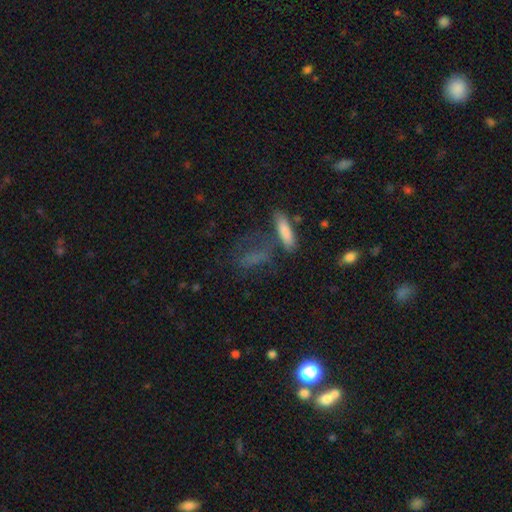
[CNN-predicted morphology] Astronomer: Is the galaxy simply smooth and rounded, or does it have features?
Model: smooth — 48% (runner-up: star or artifact, 28%).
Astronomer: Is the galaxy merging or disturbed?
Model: none — 53%.